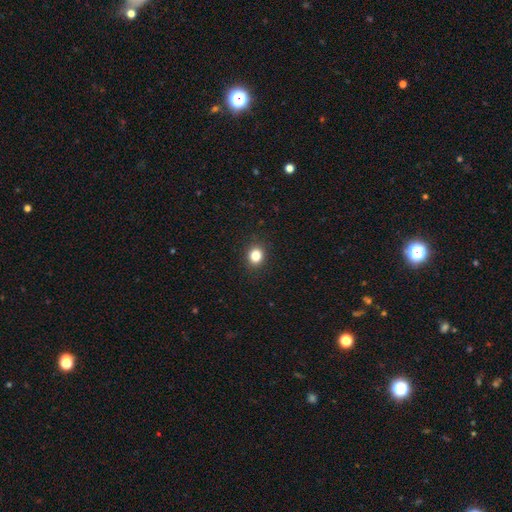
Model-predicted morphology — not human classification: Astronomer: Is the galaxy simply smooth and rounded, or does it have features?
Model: smooth — 84%.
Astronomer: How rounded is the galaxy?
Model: round — 68%.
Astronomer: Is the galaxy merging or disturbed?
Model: none — 91%.